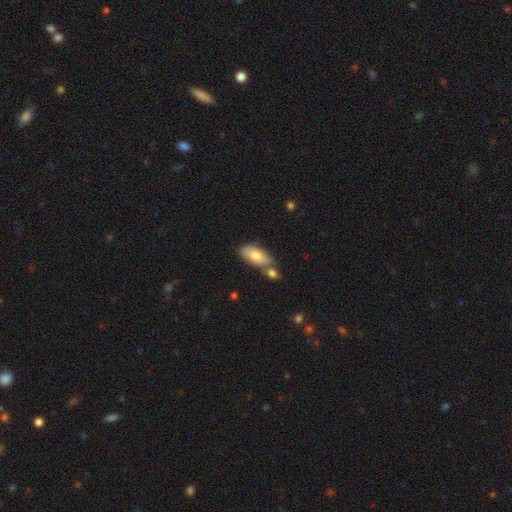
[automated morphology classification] smooth-or-featured: smooth: 78% | featured or disk: 16% | star or artifact: 6%
  how-rounded: in between: 88% | cigar-shaped: 9% | round: 3%
  merging: none: 52% | merger: 30% | minor disturbance: 14% | major disturbance: 4%